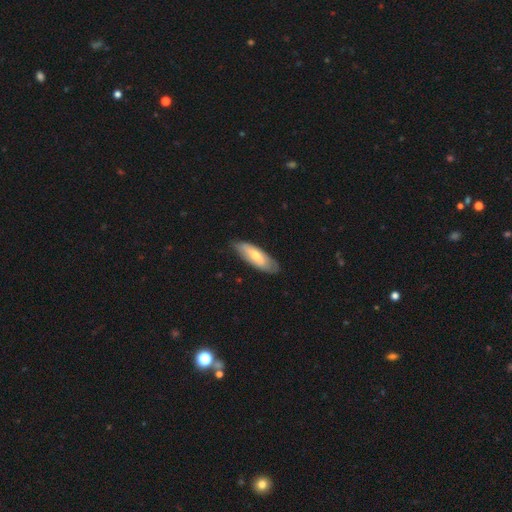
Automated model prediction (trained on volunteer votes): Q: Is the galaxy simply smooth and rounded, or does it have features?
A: smooth — 61%.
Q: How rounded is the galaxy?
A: in between — 66%.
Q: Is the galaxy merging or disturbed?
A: none — 77%.